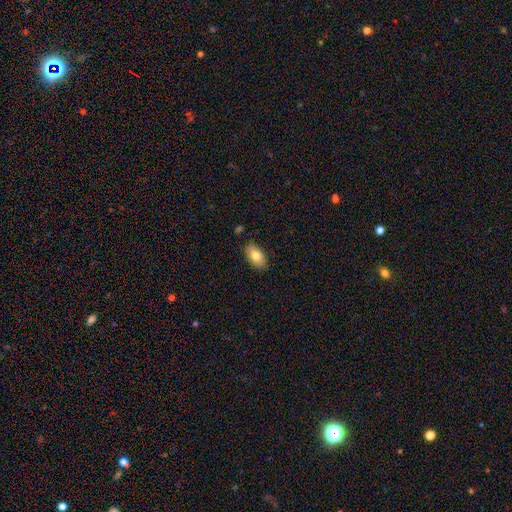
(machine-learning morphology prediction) Smooth or featured? Predicted: smooth (p=0.80). How rounded? Predicted: in between (p=0.93). Merging? Predicted: none (p=0.84).